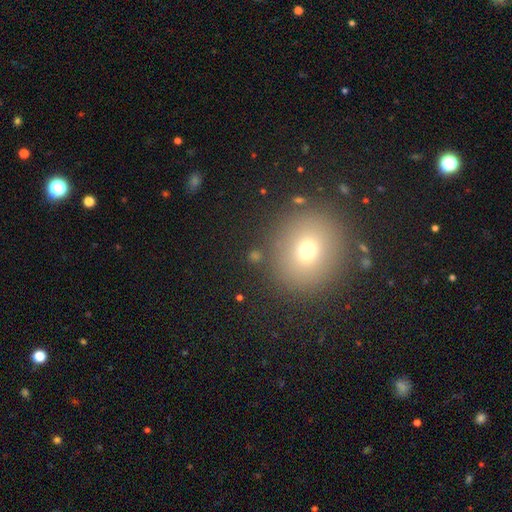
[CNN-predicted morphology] A smooth galaxy with no disk features (66%) that is round (80%). Merging: none (83%).